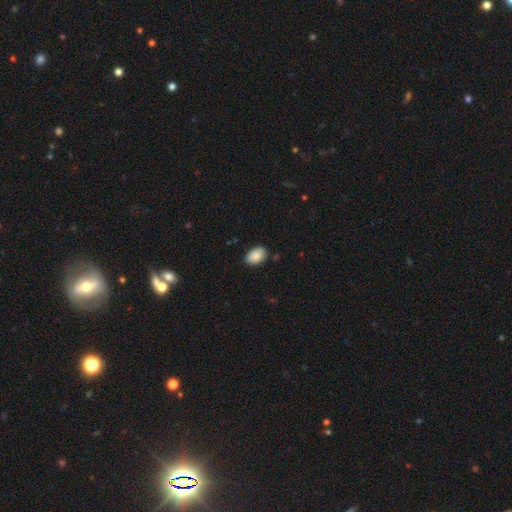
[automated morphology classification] Overall: smooth (88%). How rounded: in between (89%). Merging: none (83%).